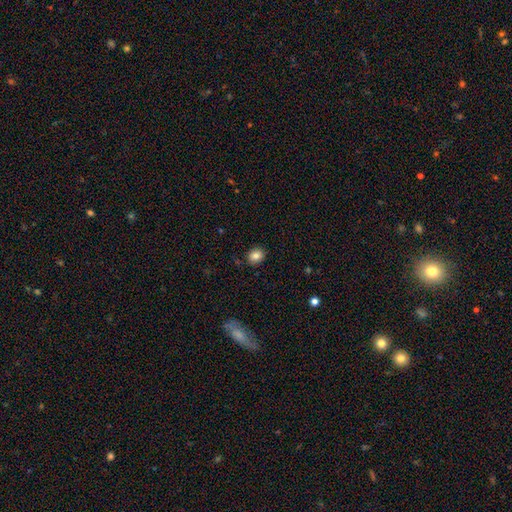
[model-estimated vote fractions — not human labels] Morphology: type=smooth (83%); roundness=round (62%); merging=none (88%).